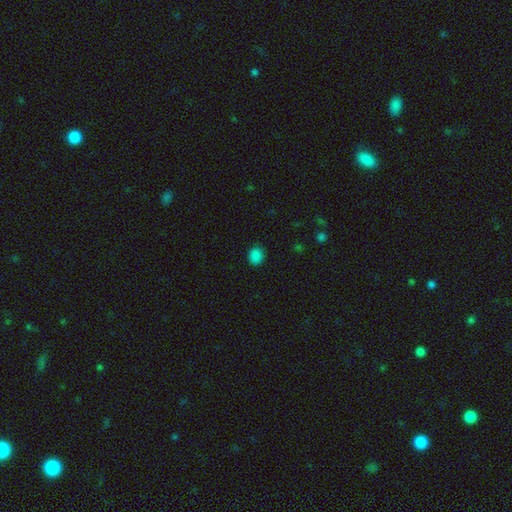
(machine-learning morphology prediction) smooth_or_featured: smooth (p=0.85) [alt: star or artifact p=0.13]
how_rounded: round (p=0.62) [alt: in between p=0.37]
merging: none (p=0.88) [alt: minor disturbance p=0.09]